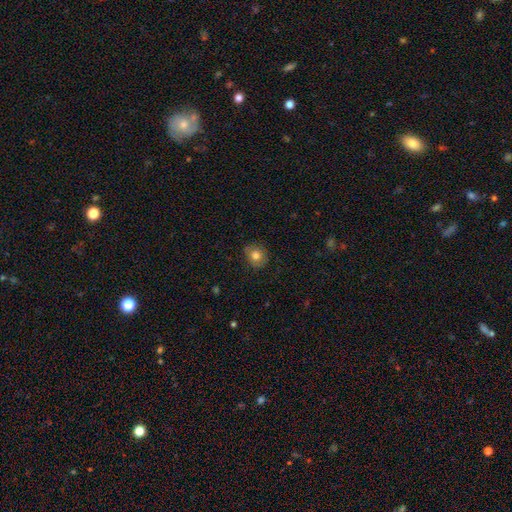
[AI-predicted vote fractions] Morphology: type=smooth (79%); roundness=round (78%); merging=none (80%).